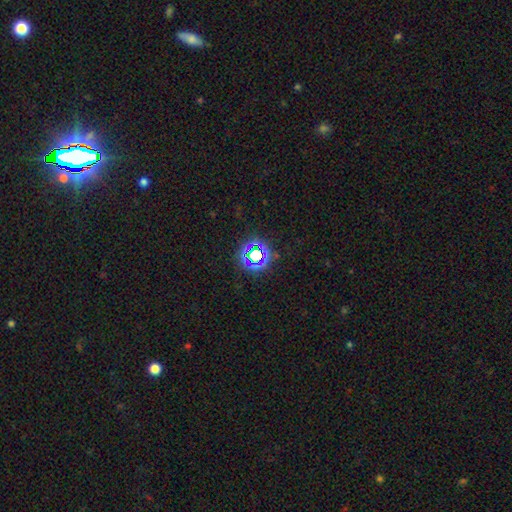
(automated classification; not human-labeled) The model was most divided on "smooth or featured": star or artifact: 69%, smooth: 21%, featured or disk: 10%.